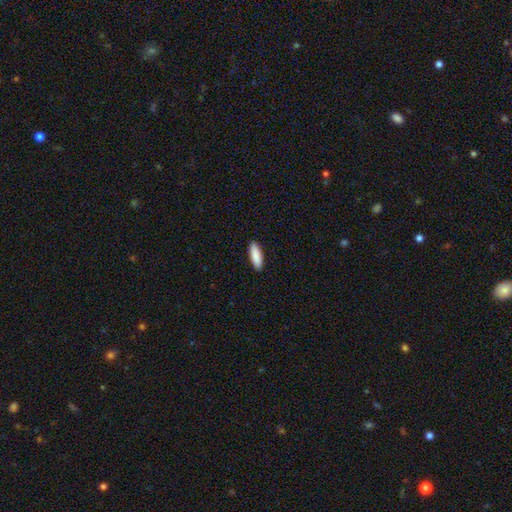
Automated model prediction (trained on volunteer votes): Smooth or featured: smooth — 90% (star or artifact — 5%)
How rounded: in between — 59% (cigar-shaped — 40%)
Merging: none — 91% (minor disturbance — 7%)